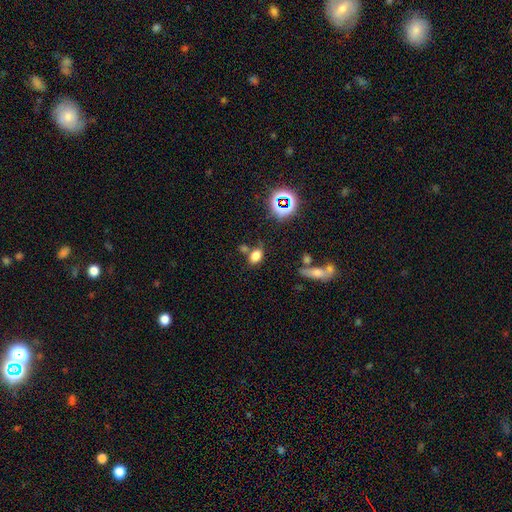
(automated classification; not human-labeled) Smooth or featured?
  - smooth: 75% *
  - star or artifact: 17%
  - featured or disk: 8%
How rounded?
  - in between: 76% *
  - round: 22%
  - cigar-shaped: 2%
Merging?
  - none: 61% *
  - merger: 17%
  - minor disturbance: 15%
  - major disturbance: 6%